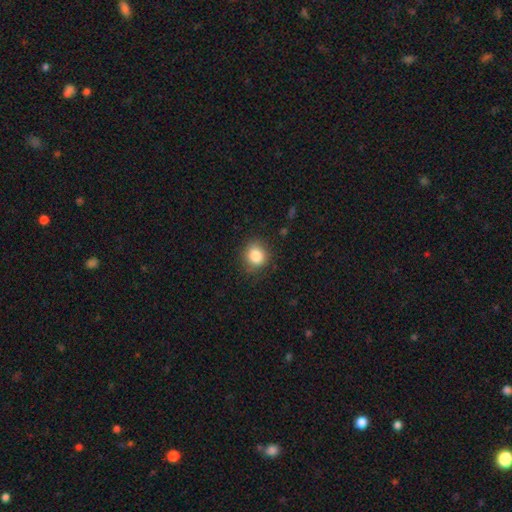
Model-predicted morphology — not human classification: Overall: smooth (85%). How rounded: round (76%). Merging: none (80%).